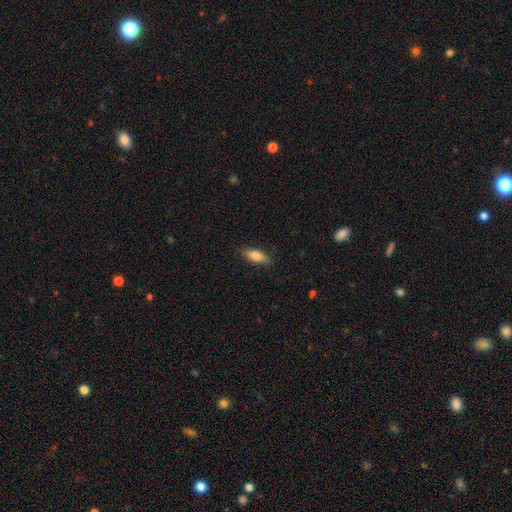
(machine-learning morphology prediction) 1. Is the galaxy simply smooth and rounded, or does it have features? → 77% smooth, 16% featured or disk, 6% star or artifact.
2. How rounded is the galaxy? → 67% in between, 31% cigar-shaped, 3% round.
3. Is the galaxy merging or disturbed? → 85% none, 12% minor disturbance, 2% major disturbance, 1% merger.